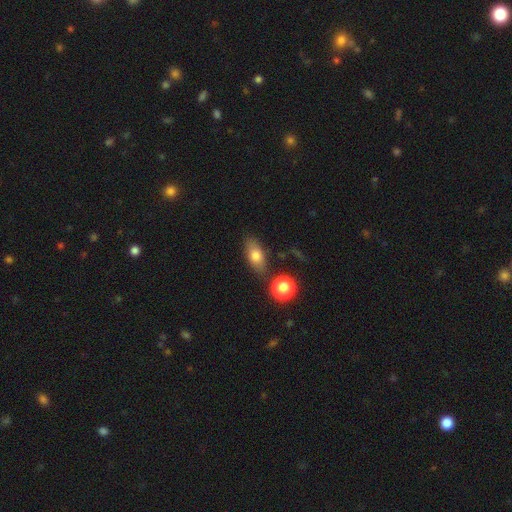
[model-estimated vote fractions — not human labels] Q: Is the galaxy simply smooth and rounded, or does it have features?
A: smooth — 74%.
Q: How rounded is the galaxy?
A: in between — 81%.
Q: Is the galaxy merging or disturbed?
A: none — 76%.